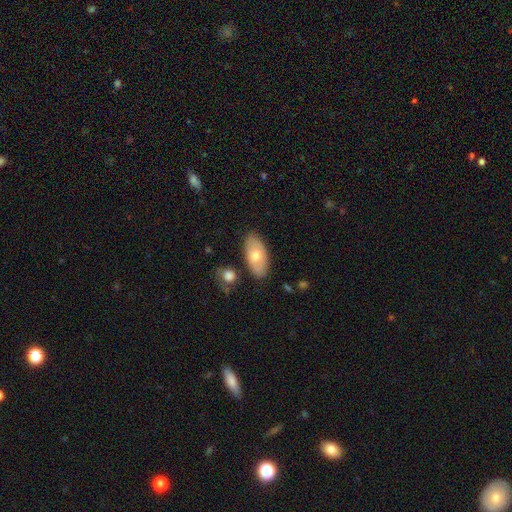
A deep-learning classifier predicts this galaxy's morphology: This is likely a smooth galaxy (63%). How rounded: clearly in between (93%). Merging: clearly none (81%).